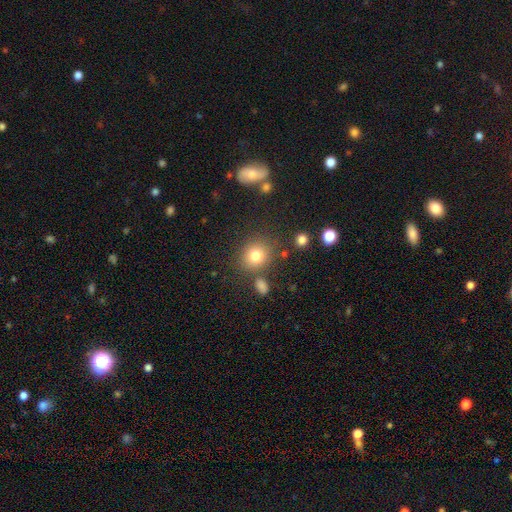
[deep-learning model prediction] smooth-or-featured: smooth: 78% | star or artifact: 14% | featured or disk: 8%
  how-rounded: round: 78% | in between: 21% | cigar-shaped: 1%
  merging: none: 78% | minor disturbance: 11% | merger: 8% | major disturbance: 4%